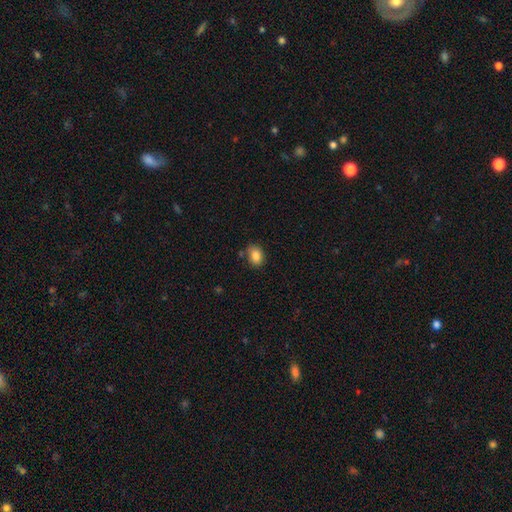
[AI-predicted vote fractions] This is clearly a smooth galaxy (85%). How rounded: likely in between (71%). Merging: likely none (79%).